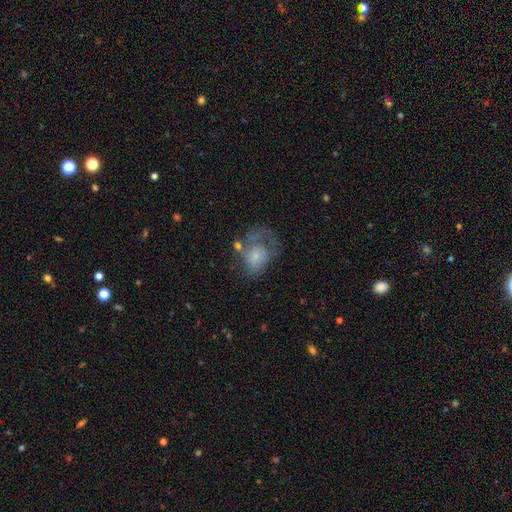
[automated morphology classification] smooth_or_featured: featured or disk (p=0.46) [alt: smooth p=0.45]
merging: major disturbance (p=0.43) [alt: none p=0.28]